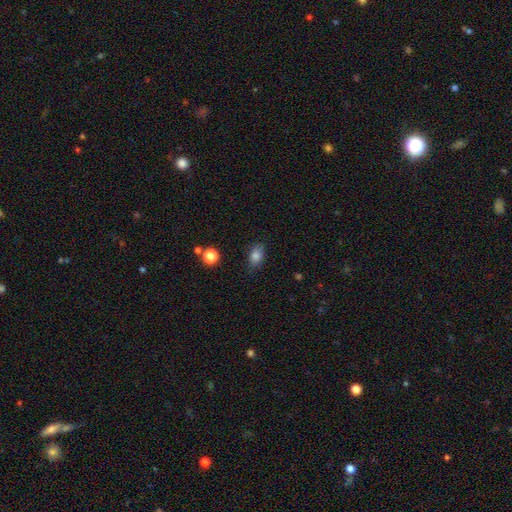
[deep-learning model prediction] Smooth or featured: smooth — 82% (star or artifact — 10%)
How rounded: in between — 84% (round — 13%)
Merging: none — 79% (minor disturbance — 16%)